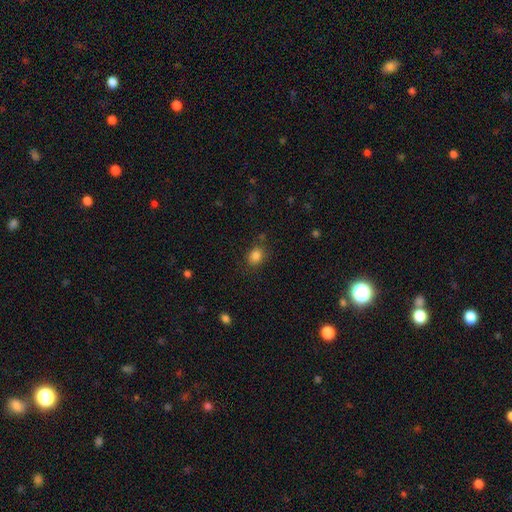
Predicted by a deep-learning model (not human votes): Morphology: type=smooth (84%); roundness=round (54%); merging=none (80%).